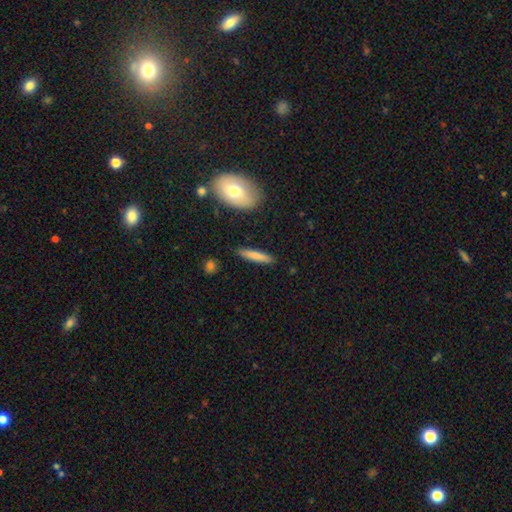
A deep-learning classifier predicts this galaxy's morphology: Smooth or featured?
  - smooth: 78% *
  - featured or disk: 17%
  - star or artifact: 6%
How rounded?
  - cigar-shaped: 88% *
  - in between: 11%
  - round: 1%
Merging?
  - none: 89% *
  - minor disturbance: 7%
  - merger: 2%
  - major disturbance: 2%